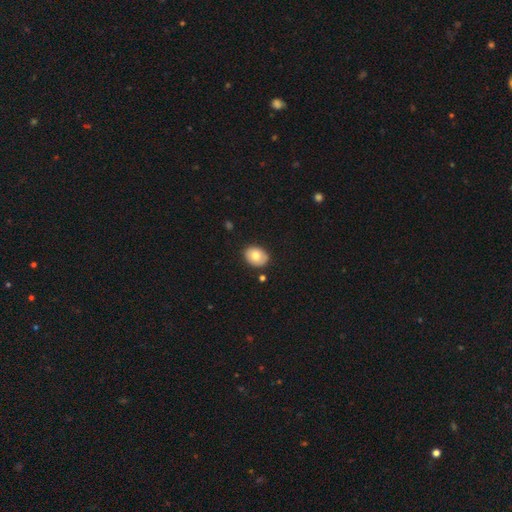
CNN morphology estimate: A smooth galaxy with no disk features (76%) that is in between round and cigar-shaped (62%).

Vote fractions:
- Smooth or featured? smooth: 76% / featured or disk: 16% / star or artifact: 7%
- How rounded? in between: 62% / round: 37% / cigar-shaped: 1%
- Merging? none: 85% / minor disturbance: 11% / merger: 2% / major disturbance: 2%